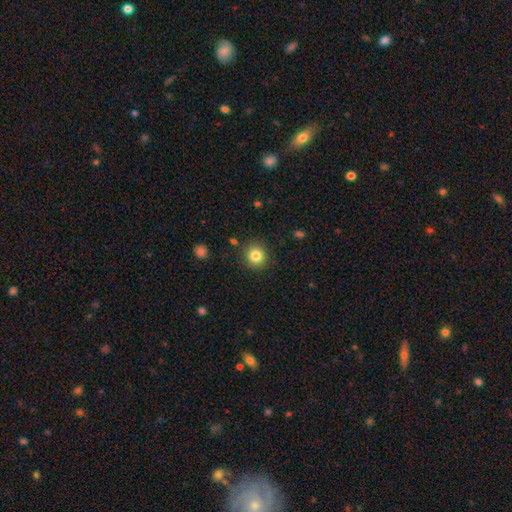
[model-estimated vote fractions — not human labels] Smooth or featured?
  - smooth: 82% *
  - star or artifact: 11%
  - featured or disk: 7%
How rounded?
  - round: 91% *
  - in between: 8%
  - cigar-shaped: 1%
Merging?
  - none: 88% *
  - minor disturbance: 7%
  - major disturbance: 3%
  - merger: 2%